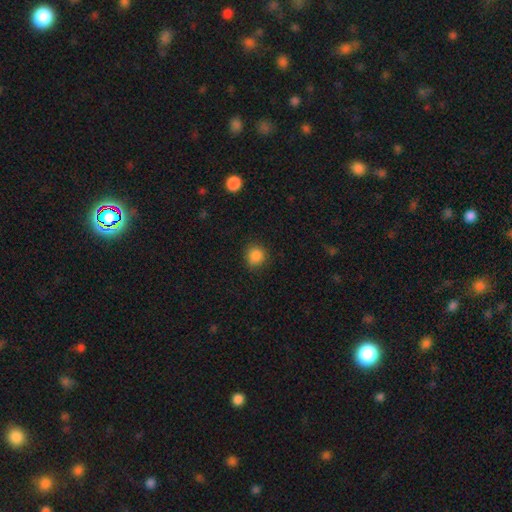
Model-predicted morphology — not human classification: This is clearly a smooth galaxy (86%). How rounded: clearly round (85%). Merging: clearly none (81%).